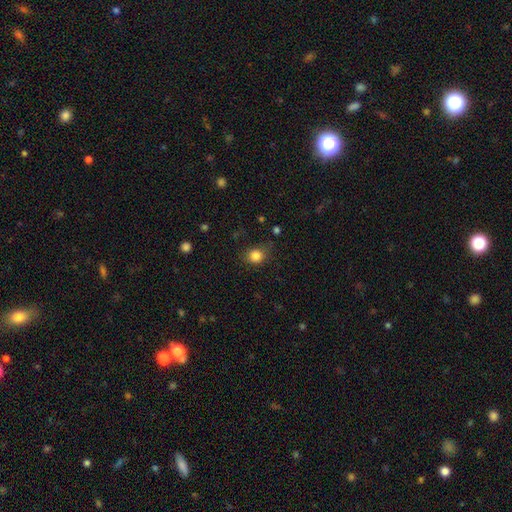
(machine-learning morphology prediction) smooth_or_featured: smooth (p=0.84) [alt: star or artifact p=0.11]
how_rounded: round (p=0.80) [alt: in between p=0.19]
merging: none (p=0.74) [alt: minor disturbance p=0.19]